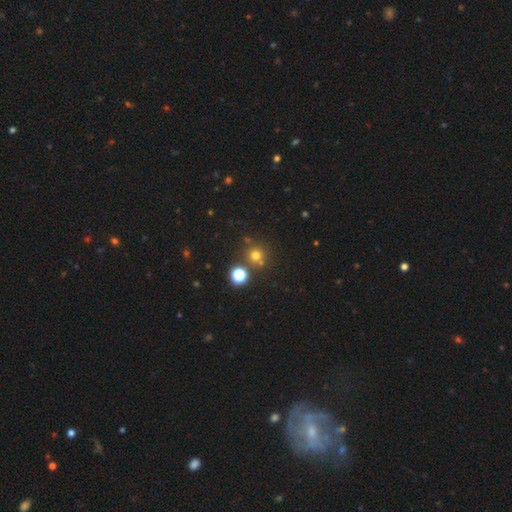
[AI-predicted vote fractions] A smooth galaxy with no disk features (67%) that is round (93%).

Vote fractions:
- Smooth or featured? smooth: 67% / star or artifact: 25% / featured or disk: 8%
- How rounded? round: 93% / in between: 6% / cigar-shaped: 1%
- Merging? none: 74% / merger: 14% / minor disturbance: 8% / major disturbance: 3%